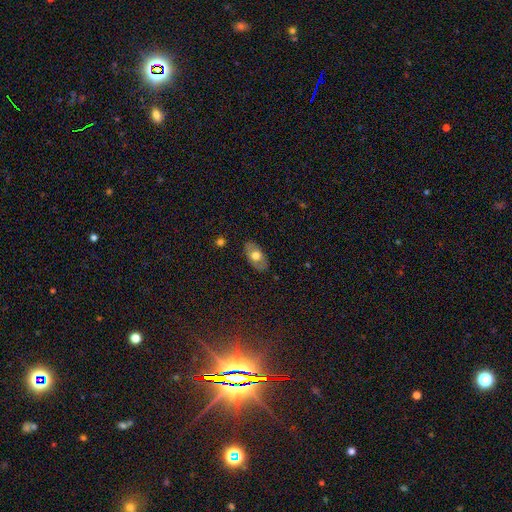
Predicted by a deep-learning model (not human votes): Smooth or featured?
  - smooth: 58% *
  - featured or disk: 36%
  - star or artifact: 6%
How rounded?
  - in between: 91% *
  - round: 7%
  - cigar-shaped: 2%
Merging?
  - none: 84% *
  - minor disturbance: 12%
  - major disturbance: 2%
  - merger: 1%